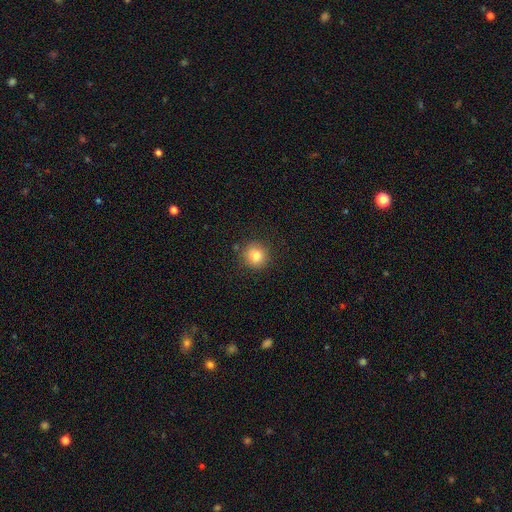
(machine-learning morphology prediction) smooth 82%, star or artifact 11%, featured or disk 7%. Down the decision tree: how rounded — round (92%); merging — none (88%).